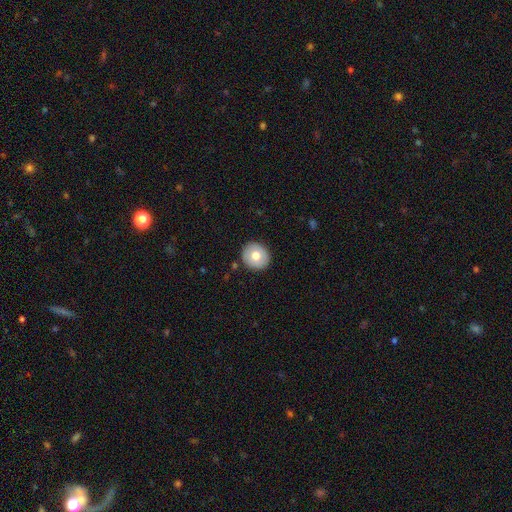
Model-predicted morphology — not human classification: A smooth galaxy with no disk features (74%) that is round (86%).

Vote fractions:
- Smooth or featured? smooth: 74% / featured or disk: 18% / star or artifact: 8%
- How rounded? round: 86% / in between: 13% / cigar-shaped: 1%
- Merging? none: 90% / minor disturbance: 7% / major disturbance: 2% / merger: 1%